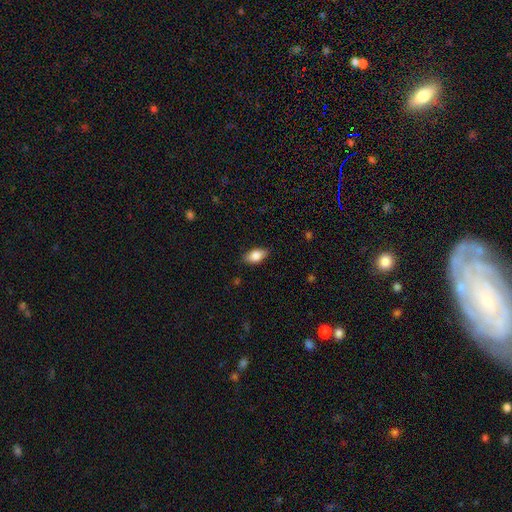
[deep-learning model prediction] The model was most divided on "merging": none: 85%, minor disturbance: 12%, major disturbance: 3%, merger: 1%. More confident: how rounded — in between (90%); smooth or featured — smooth (83%).